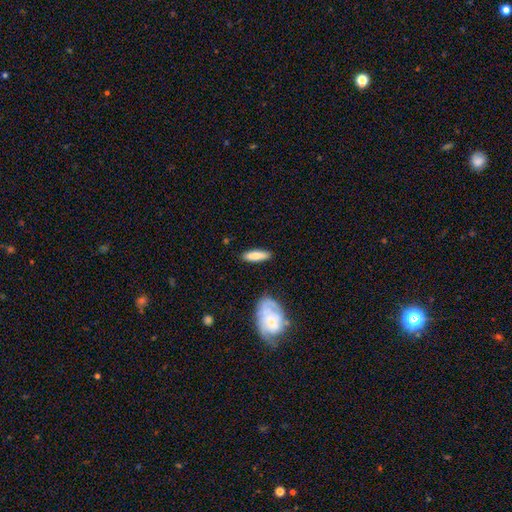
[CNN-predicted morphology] smooth_or_featured: smooth (p=0.78) [alt: featured or disk p=0.16]
how_rounded: cigar-shaped (p=0.56) [alt: in between p=0.42]
merging: none (p=0.86) [alt: minor disturbance p=0.10]